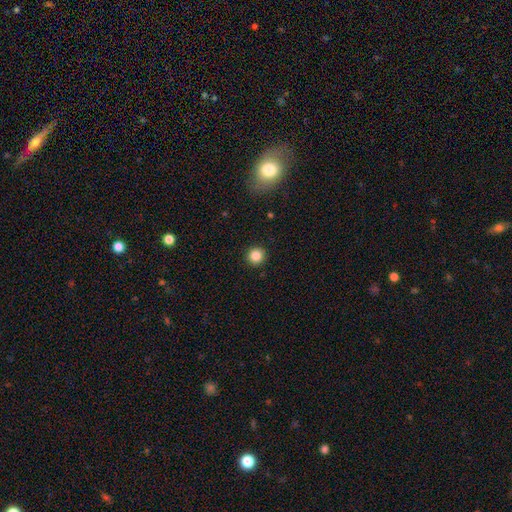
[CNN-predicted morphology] smooth_or_featured: smooth (p=0.85) [alt: star or artifact p=0.11]
how_rounded: round (p=0.95) [alt: in between p=0.04]
merging: none (p=0.93) [alt: minor disturbance p=0.05]